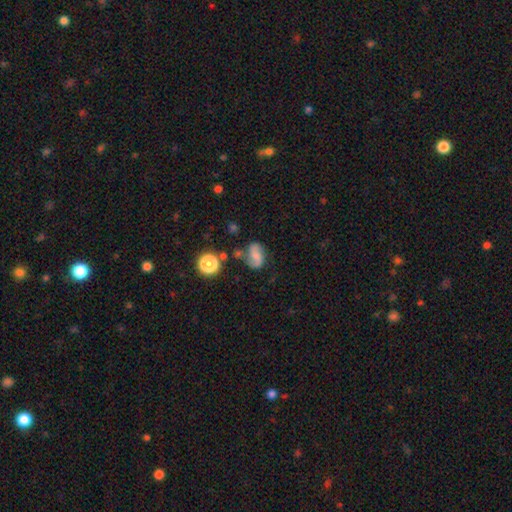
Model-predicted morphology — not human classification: Q: Smooth or featured?
A: featured or disk (51%); runner-up: smooth (36%)
Q: Edge-on disk?
A: no (97%); runner-up: yes (3%)
Q: Merging?
A: none (61%); runner-up: minor disturbance (21%)